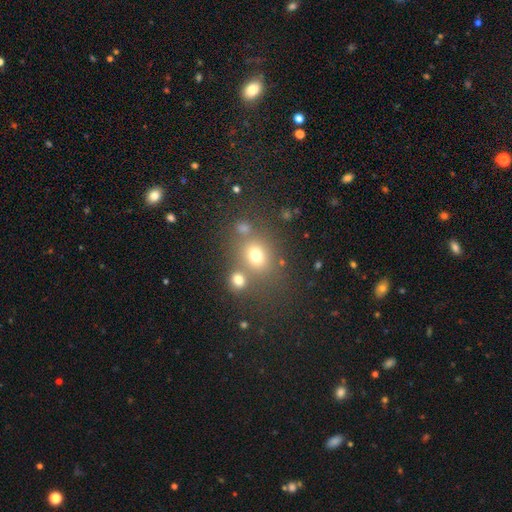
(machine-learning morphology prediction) A smooth galaxy with no disk features (71%) that is round (63%). Merging: none (61%).